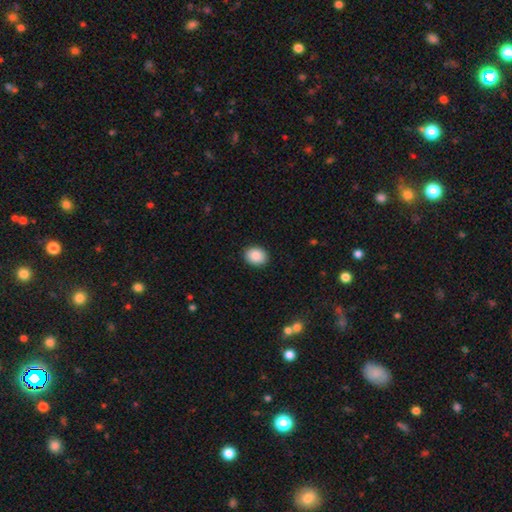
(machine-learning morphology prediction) Q: Smooth or featured?
A: smooth (89%); runner-up: star or artifact (7%)
Q: How rounded?
A: in between (54%); runner-up: round (45%)
Q: Merging?
A: none (91%); runner-up: minor disturbance (6%)